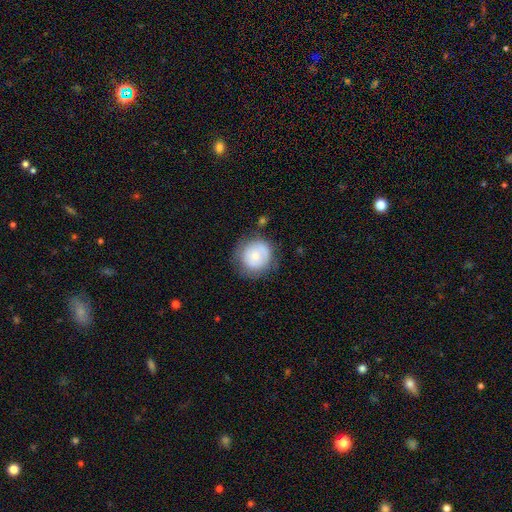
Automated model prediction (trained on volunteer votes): This is likely a smooth galaxy (68%). How rounded: clearly round (90%). Merging: likely none (70%).